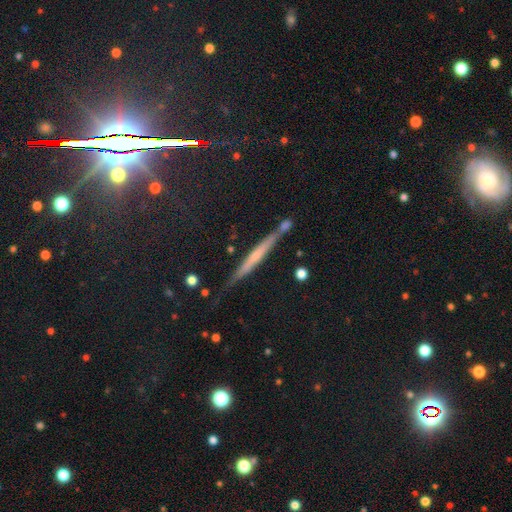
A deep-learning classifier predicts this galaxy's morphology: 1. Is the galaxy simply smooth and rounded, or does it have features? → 52% featured or disk, 34% smooth, 14% star or artifact.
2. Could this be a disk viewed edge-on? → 94% yes, 6% no.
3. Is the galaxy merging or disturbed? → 77% none, 14% minor disturbance, 6% merger, 3% major disturbance.